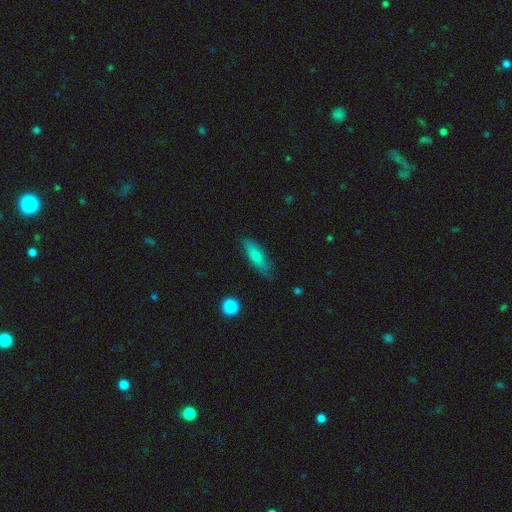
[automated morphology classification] type=smooth (63%); roundness=cigar-shaped (59%); merging=none (83%).